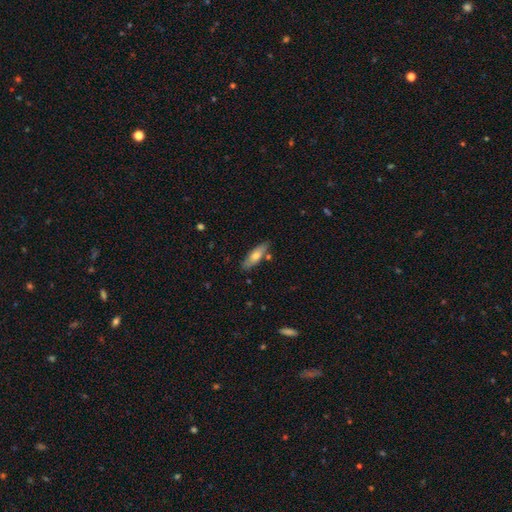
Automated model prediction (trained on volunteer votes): smooth_or_featured: smooth (p=0.66) [alt: featured or disk p=0.28]
how_rounded: in between (p=0.55) [alt: cigar-shaped p=0.43]
merging: none (p=0.77) [alt: minor disturbance p=0.15]